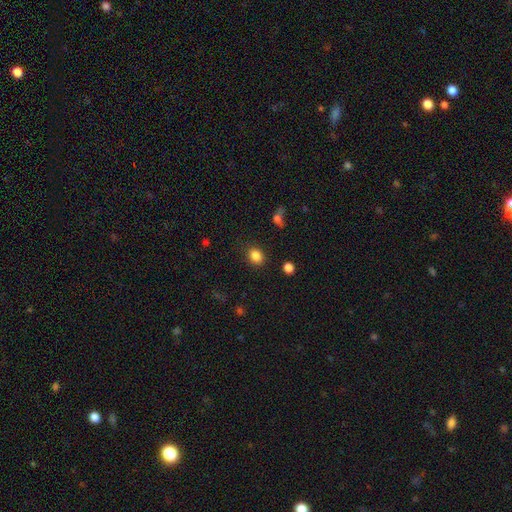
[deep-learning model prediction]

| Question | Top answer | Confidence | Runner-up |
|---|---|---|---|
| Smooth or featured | smooth | 85% | star or artifact (10%) |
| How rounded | round | 52% | in between (47%) |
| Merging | none | 85% | minor disturbance (10%) |